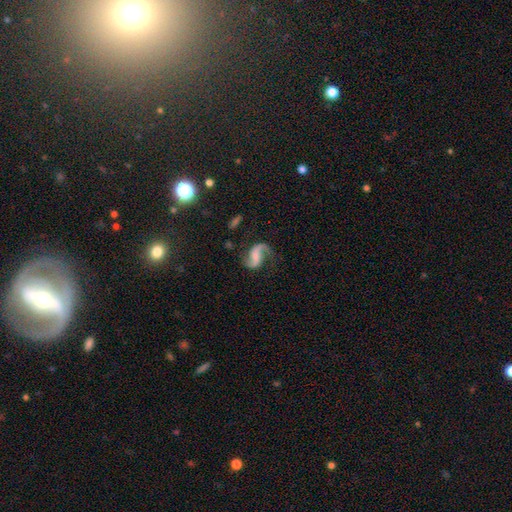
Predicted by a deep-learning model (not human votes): smooth-or-featured: featured or disk: 88% | smooth: 7% | star or artifact: 5%
  disk-edge-on: no: 98% | yes: 2%
    bar: weak: 40% | no: 39% | strong: 21%
    has-spiral-arms: yes: 97% | no: 3%
      spiral-winding: loose: 66% | medium: 29% | tight: 6%
      spiral-arm-count: 2: 91% | 1: 4% | can't tell: 2% | 3: 1% | 4: 1% | more than 4: 1%
    bulge-size: none: 45% | small: 25% | moderate: 21% | large: 8% | dominant: 2%
  merging: none: 72% | minor disturbance: 16% | major disturbance: 9% | merger: 2%